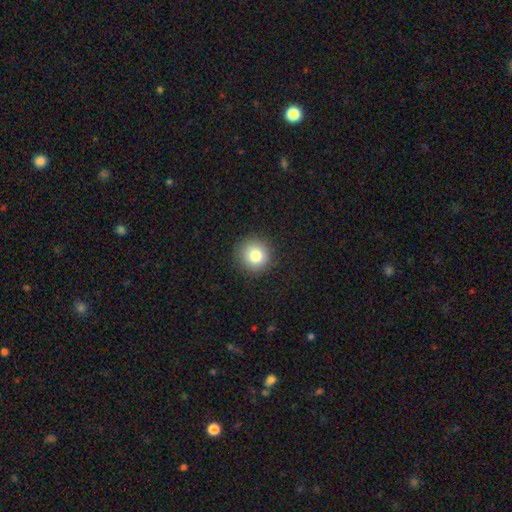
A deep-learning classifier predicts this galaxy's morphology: A smooth galaxy with no disk features (80%) that is round (94%).

Vote fractions:
- Smooth or featured? smooth: 80% / star or artifact: 11% / featured or disk: 8%
- How rounded? round: 94% / in between: 5% / cigar-shaped: 1%
- Merging? none: 91% / minor disturbance: 6% / major disturbance: 2% / merger: 1%